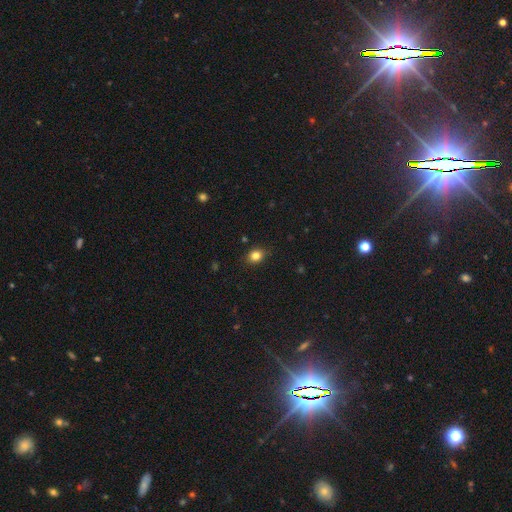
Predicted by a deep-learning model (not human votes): Smooth or featured: smooth — 83% (star or artifact — 11%)
How rounded: round — 56% (in between — 43%)
Merging: none — 86% (minor disturbance — 10%)